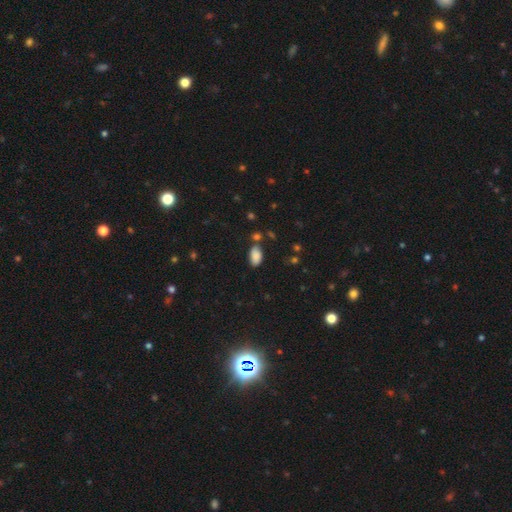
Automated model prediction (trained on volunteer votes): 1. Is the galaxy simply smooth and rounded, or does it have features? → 86% smooth, 9% star or artifact, 5% featured or disk.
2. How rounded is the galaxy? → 94% in between, 4% round, 2% cigar-shaped.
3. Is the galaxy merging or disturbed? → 72% none, 16% minor disturbance, 8% merger, 4% major disturbance.